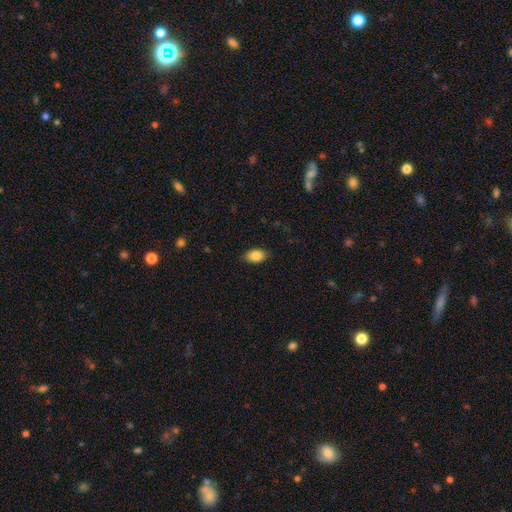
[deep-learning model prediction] Smooth or featured? Predicted: smooth (p=0.86). How rounded? Predicted: in between (p=0.88). Merging? Predicted: none (p=0.86).